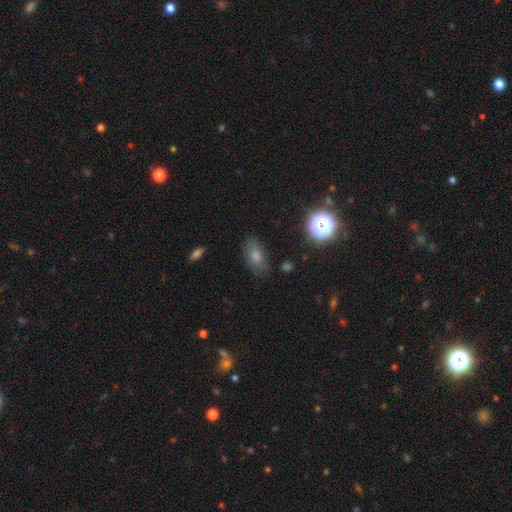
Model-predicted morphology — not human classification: A smooth galaxy with no disk features (75%) that is in between round and cigar-shaped (89%).

Vote fractions:
- Smooth or featured? smooth: 75% / star or artifact: 13% / featured or disk: 12%
- How rounded? in between: 89% / round: 9% / cigar-shaped: 3%
- Merging? none: 75% / minor disturbance: 17% / major disturbance: 5% / merger: 2%